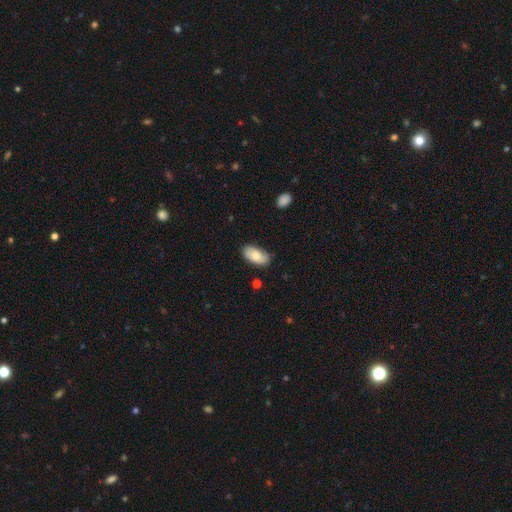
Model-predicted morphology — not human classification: A smooth galaxy with no disk features (65%) that is in between round and cigar-shaped (94%). Merging: none (76%).